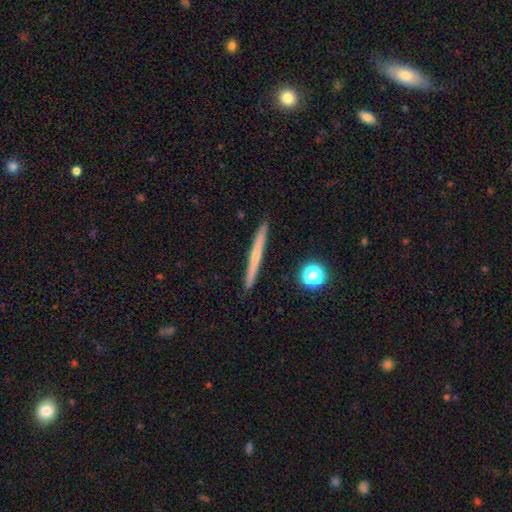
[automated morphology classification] featured or disk 52%, smooth 40%, star or artifact 8%. Down the decision tree: edge-on disk — yes (97%); edge-on bulge — none (55%); merging — none (91%).